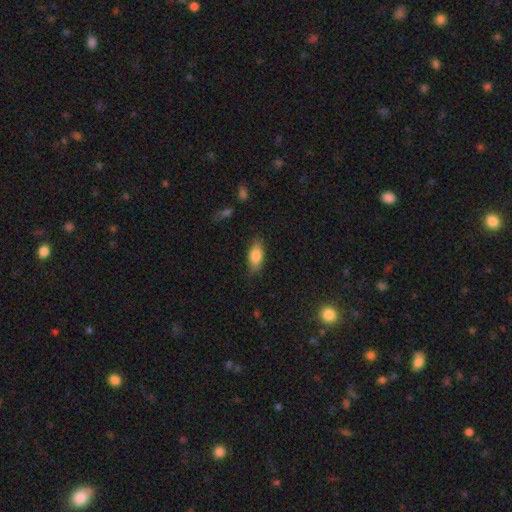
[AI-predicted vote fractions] smooth_or_featured: smooth (p=0.81) [alt: featured or disk p=0.12]
how_rounded: in between (p=0.86) [alt: cigar-shaped p=0.10]
merging: none (p=0.77) [alt: minor disturbance p=0.17]